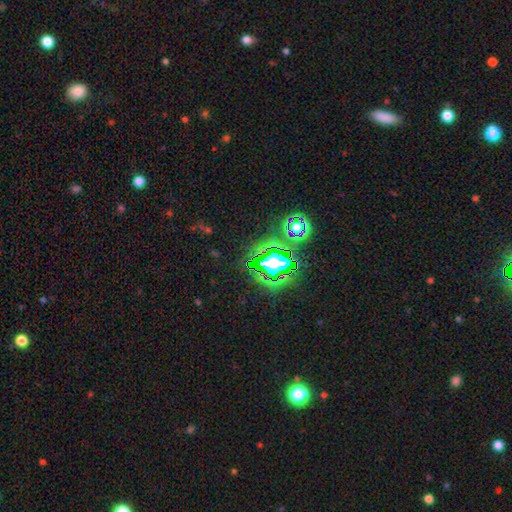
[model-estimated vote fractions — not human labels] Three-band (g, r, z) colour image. It shows a star or artifact, not a galaxy (82%).